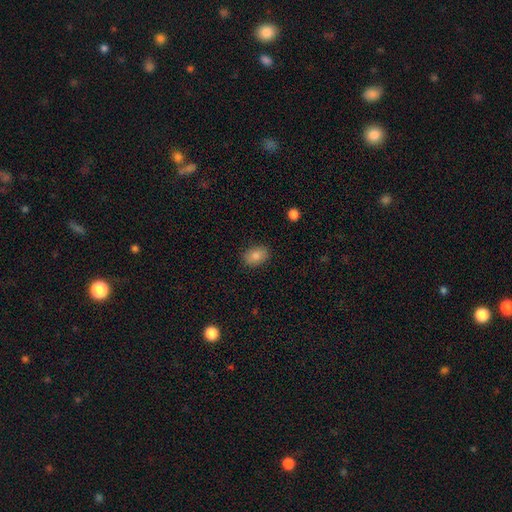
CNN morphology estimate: smooth-or-featured: smooth: 85% | star or artifact: 8% | featured or disk: 7%
  how-rounded: in between: 80% | round: 19% | cigar-shaped: 1%
  merging: none: 87% | minor disturbance: 9% | major disturbance: 2% | merger: 1%